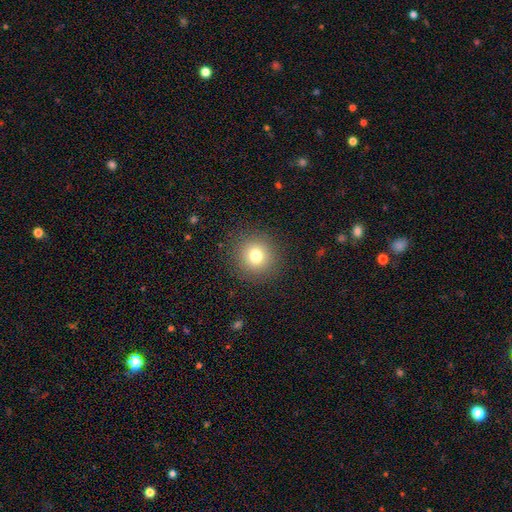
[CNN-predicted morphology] type=smooth (77%); roundness=round (93%); merging=none (90%).